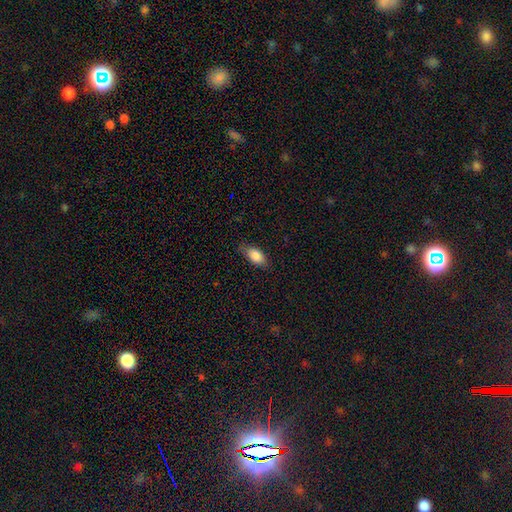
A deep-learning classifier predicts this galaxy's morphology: smooth-or-featured: smooth: 84% | featured or disk: 9% | star or artifact: 7%
  how-rounded: in between: 88% | cigar-shaped: 7% | round: 5%
  merging: none: 76% | minor disturbance: 19% | major disturbance: 4% | merger: 1%